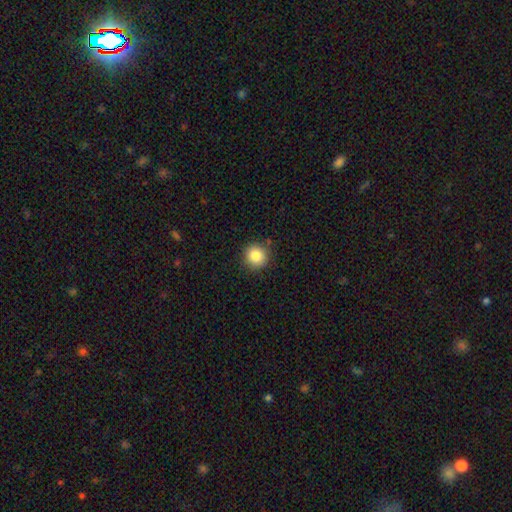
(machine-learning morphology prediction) Overall: smooth (85%). How rounded: round (92%). Merging: none (87%).